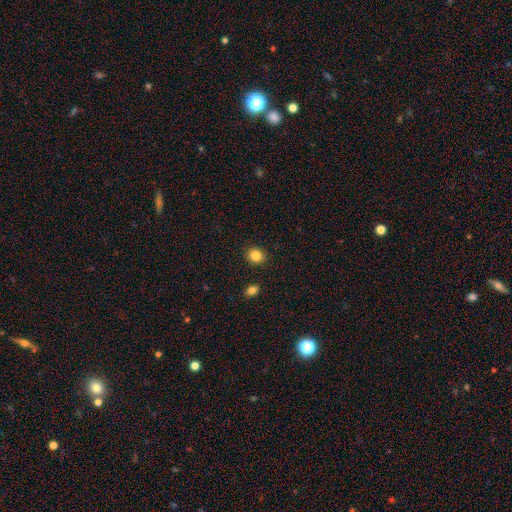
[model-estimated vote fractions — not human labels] Q: Smooth or featured?
A: smooth (85%); runner-up: star or artifact (10%)
Q: How rounded?
A: round (80%); runner-up: in between (19%)
Q: Merging?
A: none (90%); runner-up: minor disturbance (6%)